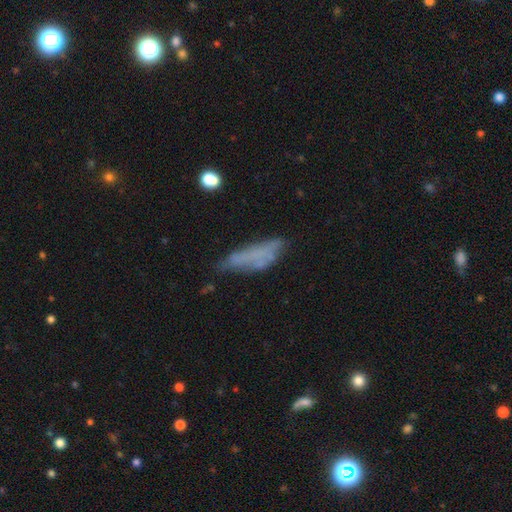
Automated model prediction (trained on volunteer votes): This appears to be a smooth galaxy with no disk features (53%) that is cigar-shaped (55%). Merging: none (44%).